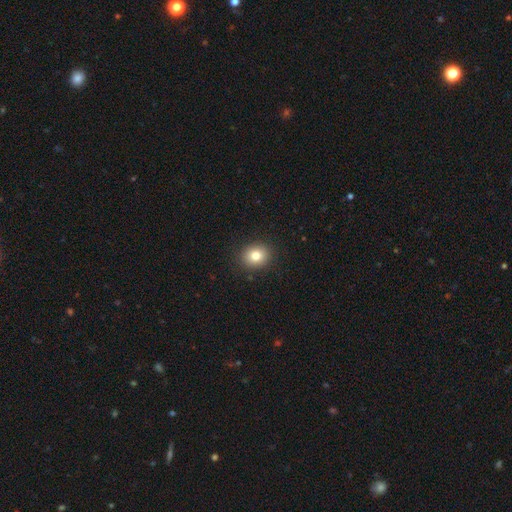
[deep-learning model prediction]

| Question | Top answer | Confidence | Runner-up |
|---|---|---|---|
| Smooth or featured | smooth | 81% | star or artifact (11%) |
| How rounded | round | 68% | in between (31%) |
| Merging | none | 90% | minor disturbance (7%) |